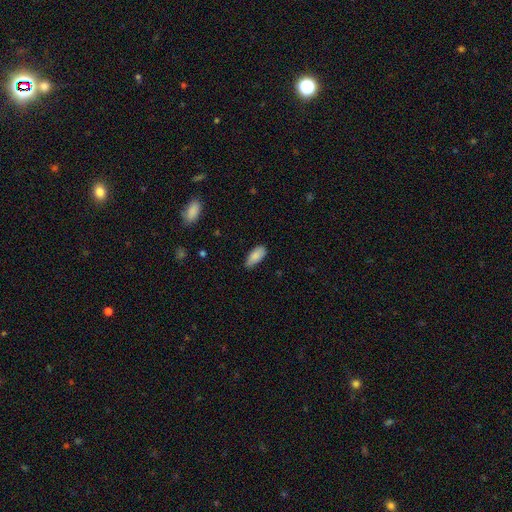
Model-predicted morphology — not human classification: Overall: smooth (85%). How rounded: in between (88%). Merging: none (70%).